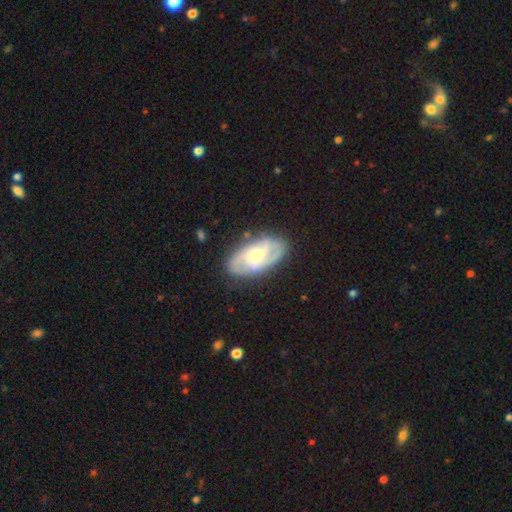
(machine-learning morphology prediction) Smooth or featured: featured or disk — 76% (smooth — 19%)
Edge-on disk: no — 95% (yes — 5%)
Bar: no — 57% (weak — 34%)
Spiral arms: yes — 92% (no — 8%)
Spiral winding: medium — 43% (tight — 41%)
Spiral arm count: 2 — 50% (can't tell — 20%)
Bulge size: moderate — 65% (small — 19%)
Merging: none — 78% (minor disturbance — 15%)